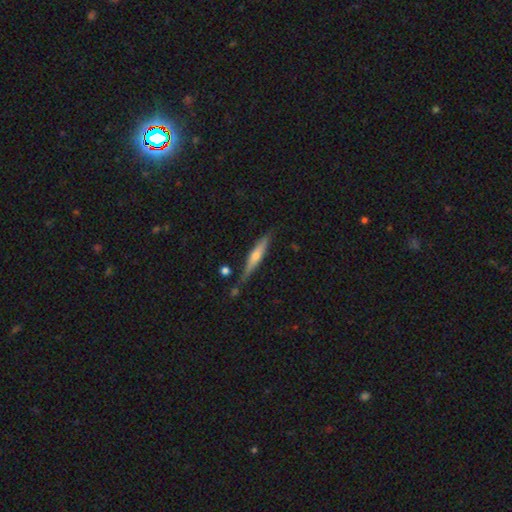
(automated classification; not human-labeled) Smooth or featured: featured or disk — 54% (smooth — 39%)
Edge-on disk: yes — 95% (no — 5%)
Edge-on bulge: rounded — 76% (none — 16%)
Merging: none — 78% (minor disturbance — 15%)